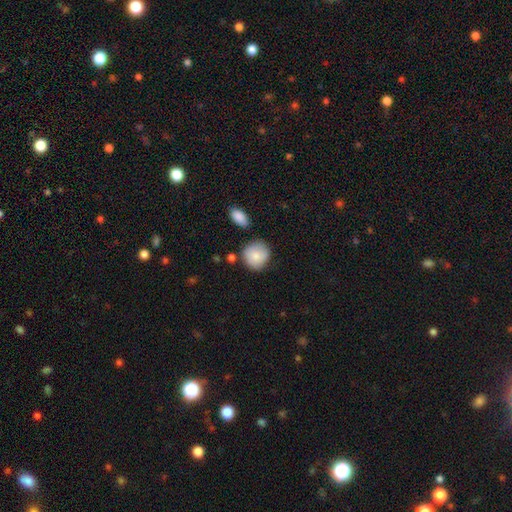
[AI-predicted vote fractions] A smooth galaxy with no disk features (84%) that is round (88%). Merging: none (74%).